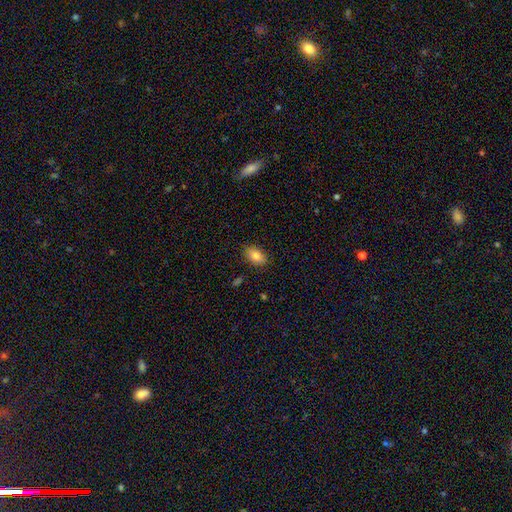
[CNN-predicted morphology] Smooth or featured: smooth — 84% (featured or disk — 8%)
How rounded: in between — 90% (round — 8%)
Merging: none — 85% (minor disturbance — 11%)